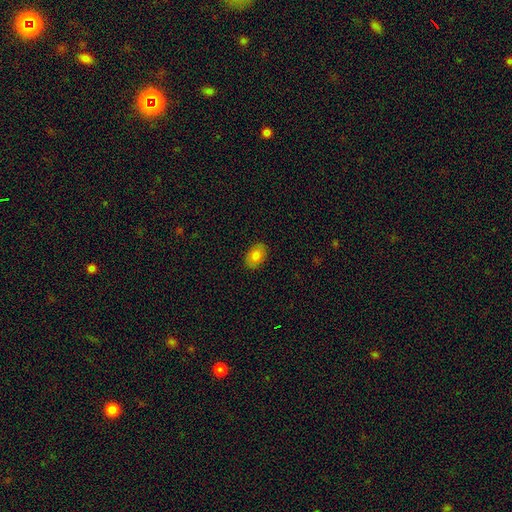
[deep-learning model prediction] This is clearly a smooth galaxy (82%). How rounded: clearly in between (85%). Merging: clearly none (88%).